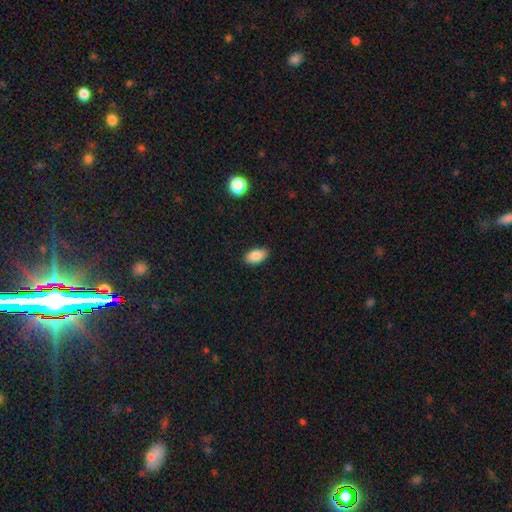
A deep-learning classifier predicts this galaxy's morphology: Smooth or featured? smooth (86%)
How rounded? in between (92%)
Merging? none (86%)